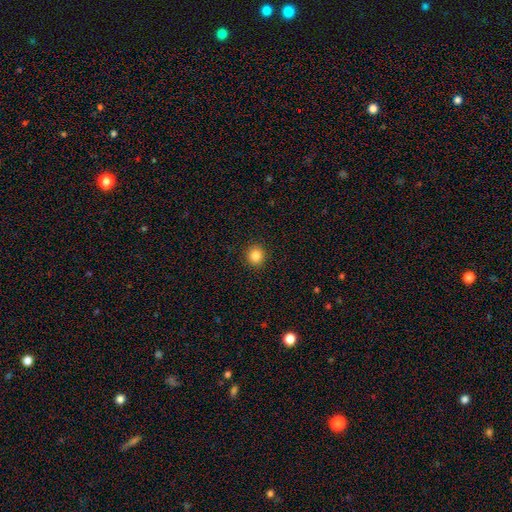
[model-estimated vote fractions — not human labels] Smooth or featured? Predicted: smooth (p=0.84). How rounded? Predicted: round (p=0.91). Merging? Predicted: none (p=0.92).